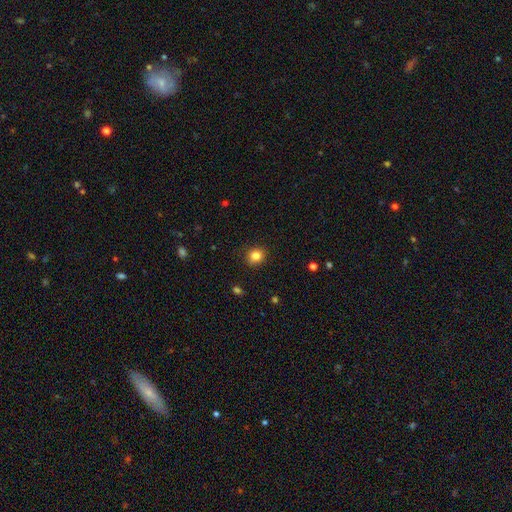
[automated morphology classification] type=smooth (83%); roundness=round (83%); merging=none (88%).